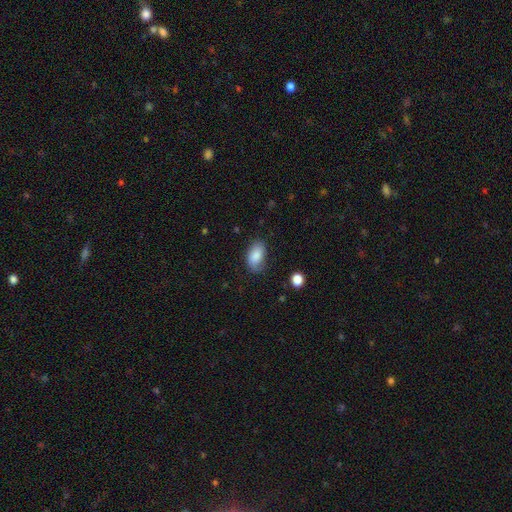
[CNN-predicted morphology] The model was most divided on "merging": none: 73%, minor disturbance: 21%, major disturbance: 5%, merger: 1%. More confident: how rounded — in between (93%); smooth or featured — smooth (84%).